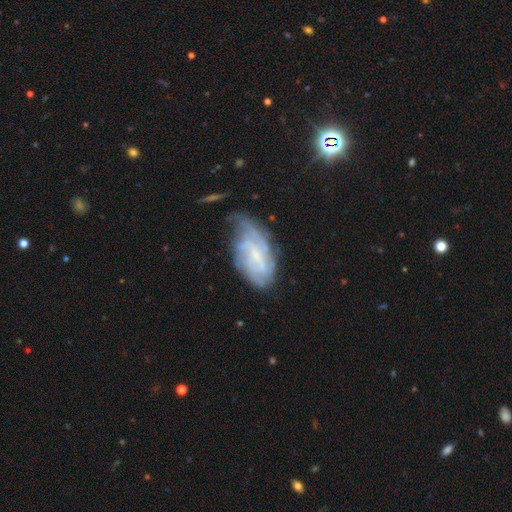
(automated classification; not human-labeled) smooth_or_featured: featured or disk (p=0.73) [alt: smooth p=0.19]
disk_edge_on: no (p=0.95) [alt: yes p=0.05]
bar: weak (p=0.47) [alt: no p=0.39]
has_spiral_arms: yes (p=0.88) [alt: no p=0.12]
spiral_winding: tight (p=0.49) [alt: medium p=0.34]
spiral_arm_count: can't tell (p=0.48) [alt: 2 p=0.19]
bulge_size: small (p=0.59) [alt: none p=0.21]
merging: none (p=0.43) [alt: minor disturbance p=0.33]